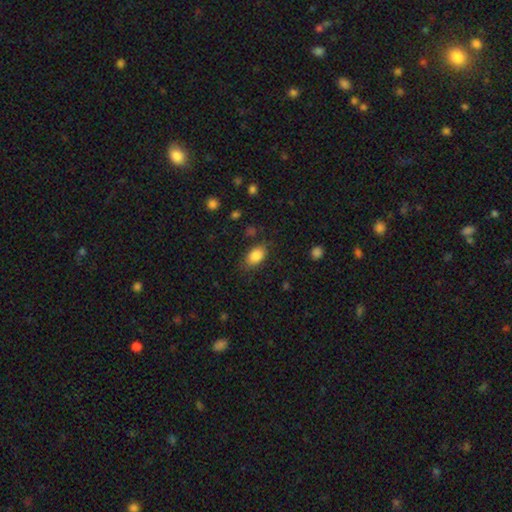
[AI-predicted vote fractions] A smooth galaxy with no disk features (85%) that is in between round and cigar-shaped (88%). Merging: none (77%).